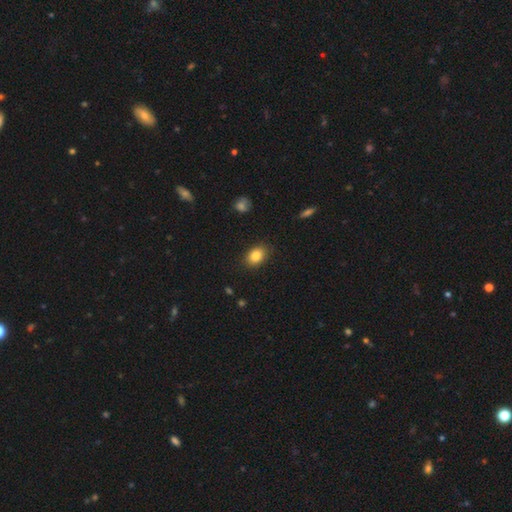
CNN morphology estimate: The model was most divided on "how rounded": in between: 73%, round: 26%, cigar-shaped: 1%. More confident: merging — none (85%); smooth or featured — smooth (84%).